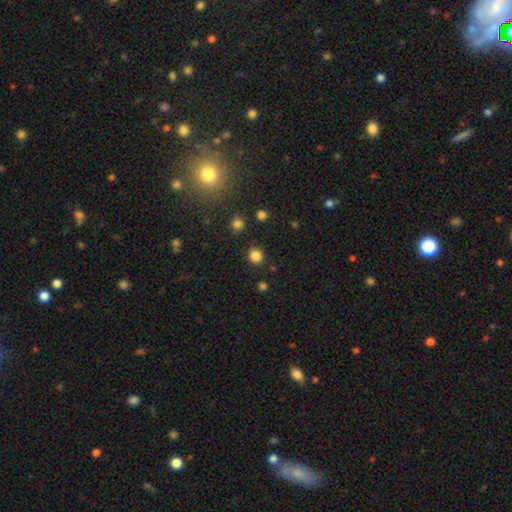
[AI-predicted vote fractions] Smooth or featured: smooth — 84% (star or artifact — 13%)
How rounded: round — 77% (in between — 22%)
Merging: none — 87% (minor disturbance — 8%)